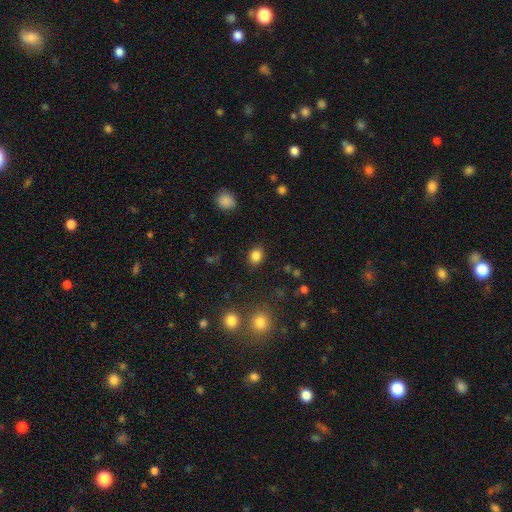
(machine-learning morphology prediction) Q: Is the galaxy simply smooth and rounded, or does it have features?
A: smooth — 85%.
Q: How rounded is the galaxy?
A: round — 51%.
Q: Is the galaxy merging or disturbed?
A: none — 87%.